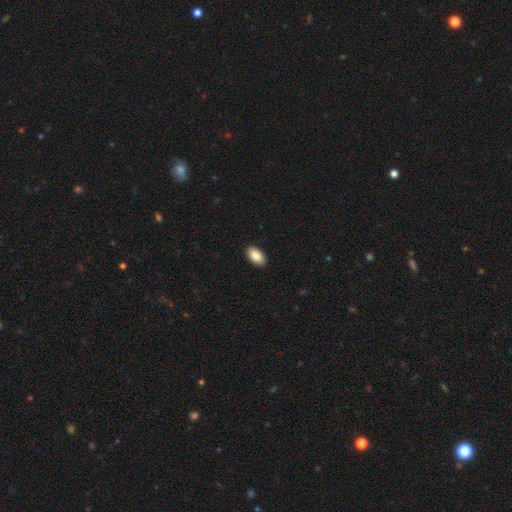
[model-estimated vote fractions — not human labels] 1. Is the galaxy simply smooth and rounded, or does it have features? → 89% smooth, 7% star or artifact, 4% featured or disk.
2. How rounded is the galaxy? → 95% in between, 3% round, 2% cigar-shaped.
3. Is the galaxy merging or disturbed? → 91% none, 7% minor disturbance, 2% major disturbance, 1% merger.